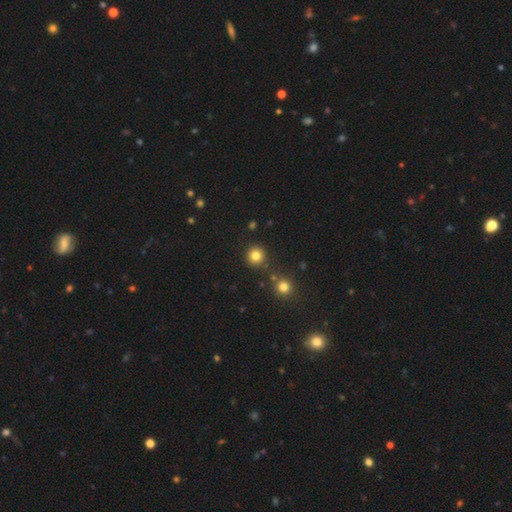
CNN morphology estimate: Smooth or featured? smooth (82%)
How rounded? round (95%)
Merging? none (88%)